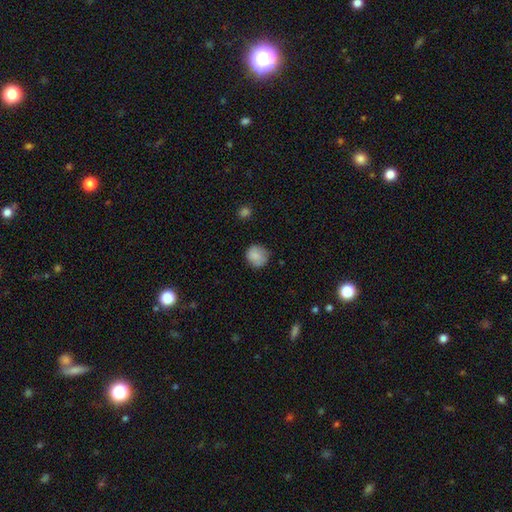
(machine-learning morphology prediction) A smooth galaxy with no disk features (86%) that is round (87%). Merging: none (75%).